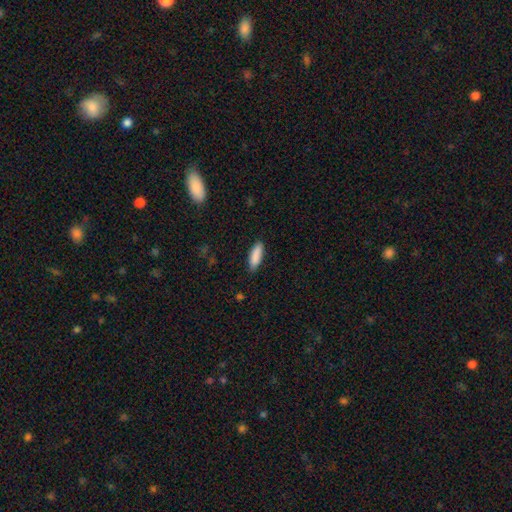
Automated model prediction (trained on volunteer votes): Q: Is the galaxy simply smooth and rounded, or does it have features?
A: smooth — 89%.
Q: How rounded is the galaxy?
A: in between — 55%.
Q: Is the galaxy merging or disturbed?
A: none — 87%.